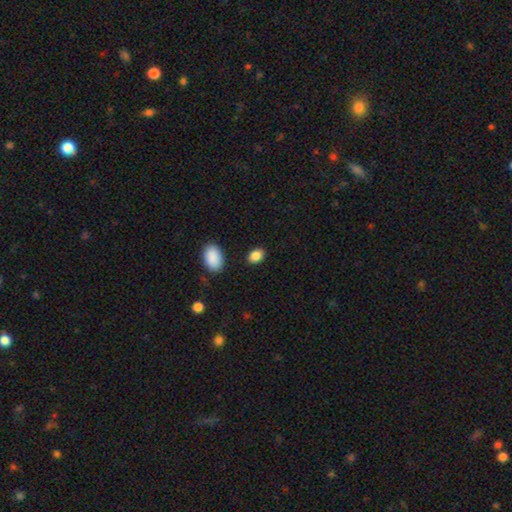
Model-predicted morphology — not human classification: Smooth or featured: smooth — 87% (star or artifact — 9%)
How rounded: in between — 79% (round — 20%)
Merging: none — 86% (minor disturbance — 9%)